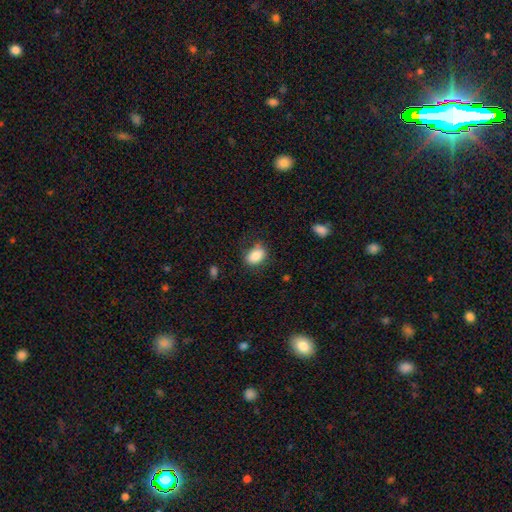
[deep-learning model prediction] The model was most divided on "merging": none: 68%, minor disturbance: 22%, major disturbance: 7%, merger: 3%. More confident: smooth or featured — smooth (84%); how rounded — in between (80%).